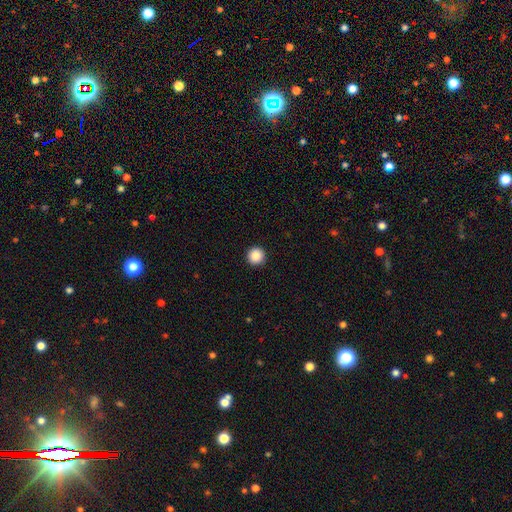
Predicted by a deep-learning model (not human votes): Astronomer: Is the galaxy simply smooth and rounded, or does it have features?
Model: smooth — 88%.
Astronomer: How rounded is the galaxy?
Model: round — 96%.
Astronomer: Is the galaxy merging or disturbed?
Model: none — 93%.